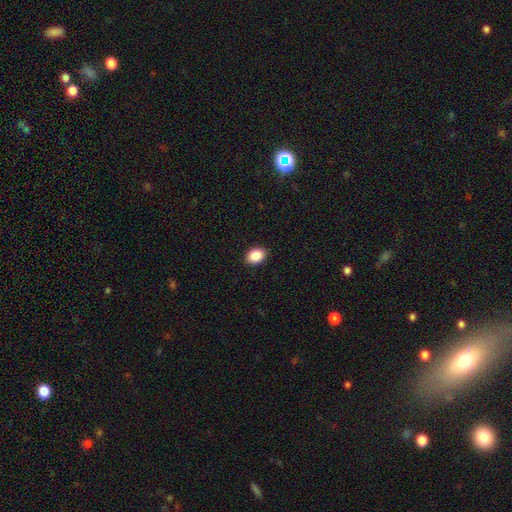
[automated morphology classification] The model was most divided on "how rounded": in between: 75%, round: 24%, cigar-shaped: 1%. More confident: merging — none (90%); smooth or featured — smooth (89%).